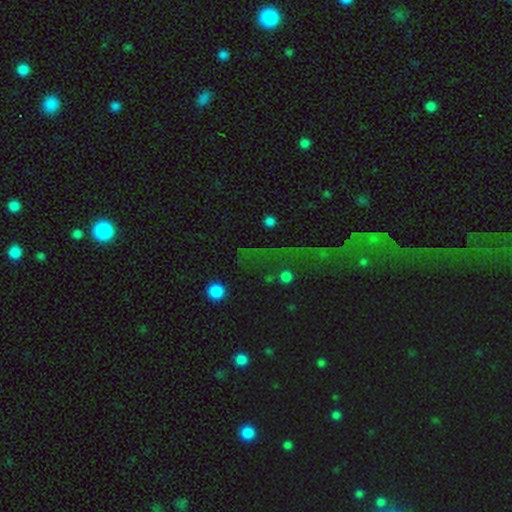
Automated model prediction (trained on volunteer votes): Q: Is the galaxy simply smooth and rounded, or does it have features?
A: star or artifact — 64%.